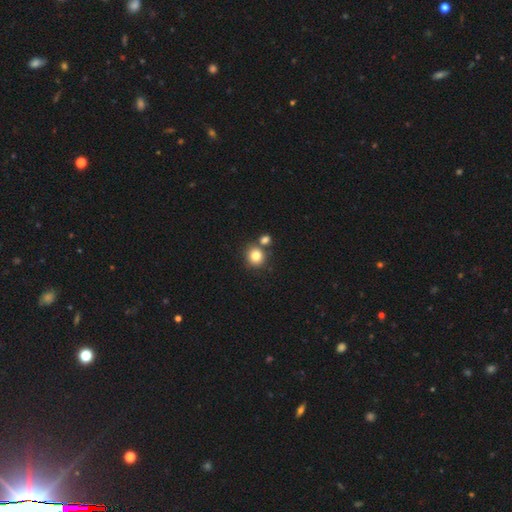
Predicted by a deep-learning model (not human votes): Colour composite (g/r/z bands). It shows a smooth galaxy with no disk features (81%) that is round (87%). Merging: none (68%).